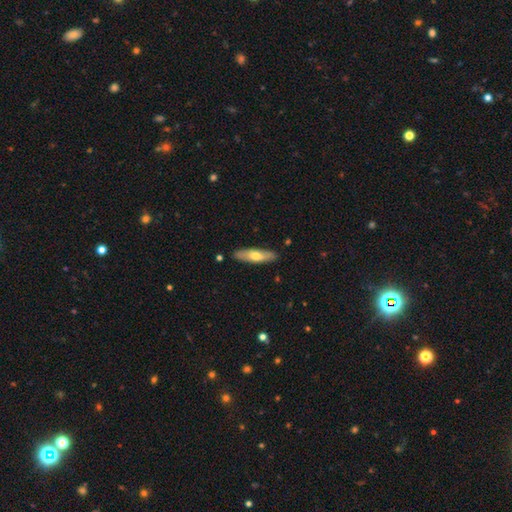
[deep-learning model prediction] Smooth or featured?
  - smooth: 61% *
  - featured or disk: 33%
  - star or artifact: 5%
How rounded?
  - cigar-shaped: 57% *
  - in between: 41%
  - round: 2%
Merging?
  - none: 88% *
  - minor disturbance: 9%
  - major disturbance: 2%
  - merger: 1%